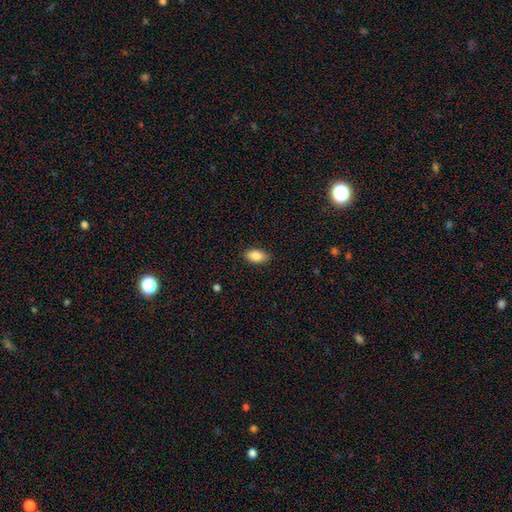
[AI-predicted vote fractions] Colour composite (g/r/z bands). It shows a smooth galaxy with no disk features (87%) that is in between round and cigar-shaped (92%). Merging: none (85%).